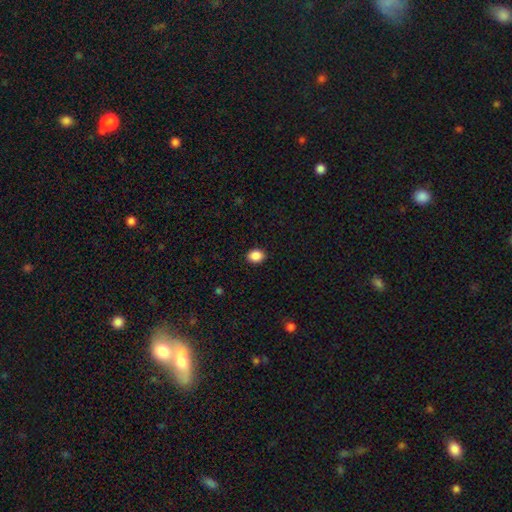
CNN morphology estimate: type=smooth (88%); roundness=in between (53%); merging=none (91%).